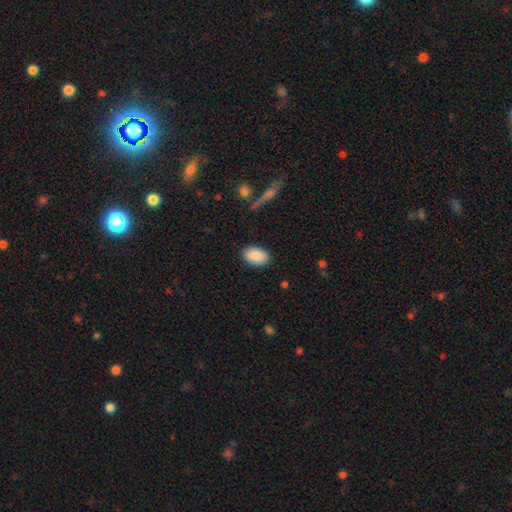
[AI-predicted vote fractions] Smooth or featured? smooth (90%)
How rounded? in between (92%)
Merging? none (87%)